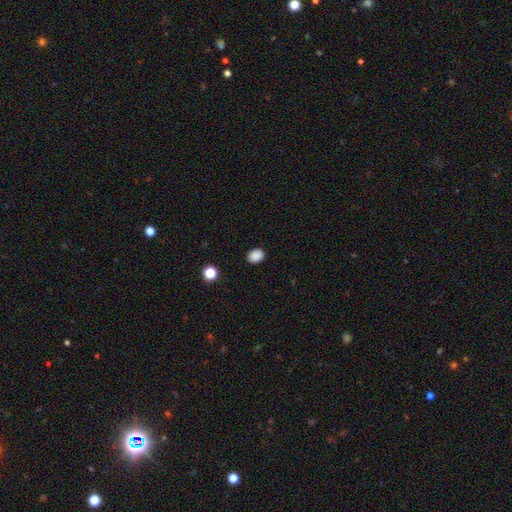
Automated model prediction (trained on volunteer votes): smooth 87%, star or artifact 10%, featured or disk 3%. Down the decision tree: how rounded — in between (56%); merging — none (88%).